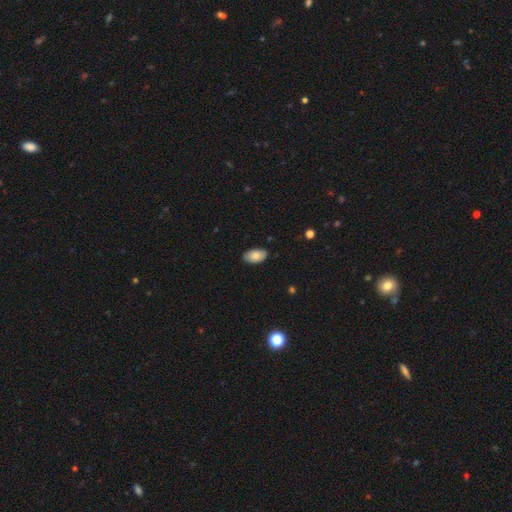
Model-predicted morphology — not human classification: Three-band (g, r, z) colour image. It shows a smooth galaxy with no disk features (82%) that is in between round and cigar-shaped (95%). Merging: none (85%).